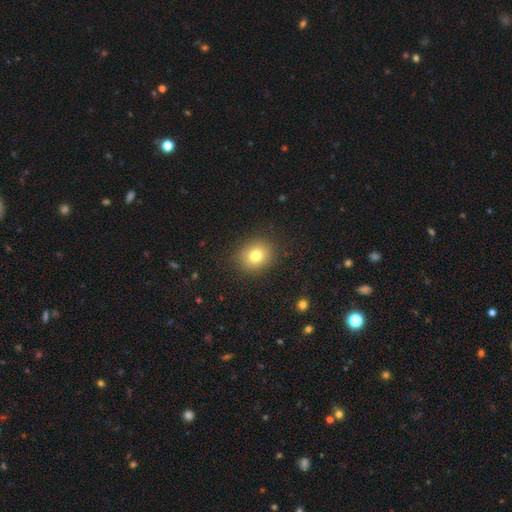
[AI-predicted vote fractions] smooth 77%, star or artifact 13%, featured or disk 10%. Down the decision tree: how rounded — round (73%); merging — none (88%).